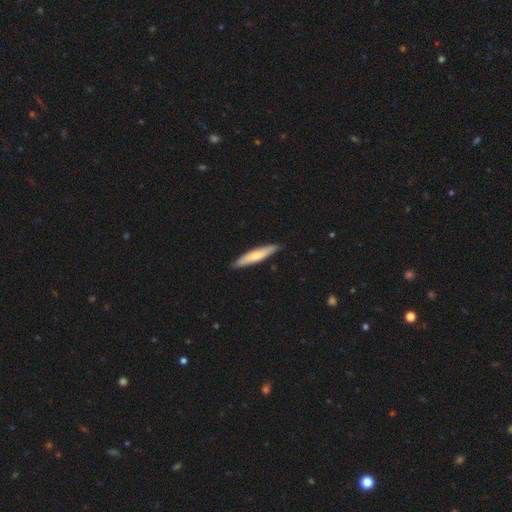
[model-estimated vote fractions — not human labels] Smooth or featured? smooth (64%)
How rounded? cigar-shaped (85%)
Merging? none (89%)